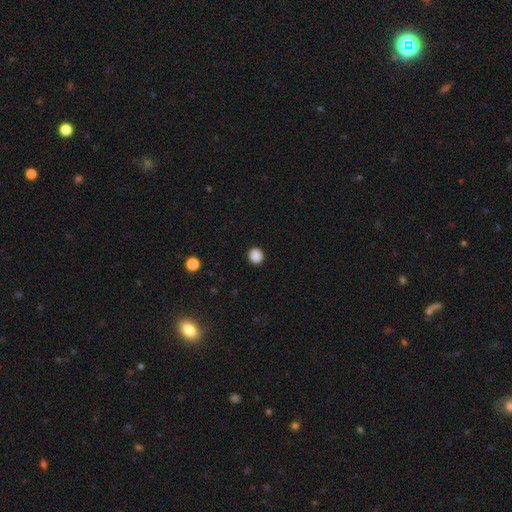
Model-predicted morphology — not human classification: Smooth or featured? Predicted: smooth (p=0.88). How rounded? Predicted: round (p=0.89). Merging? Predicted: none (p=0.92).